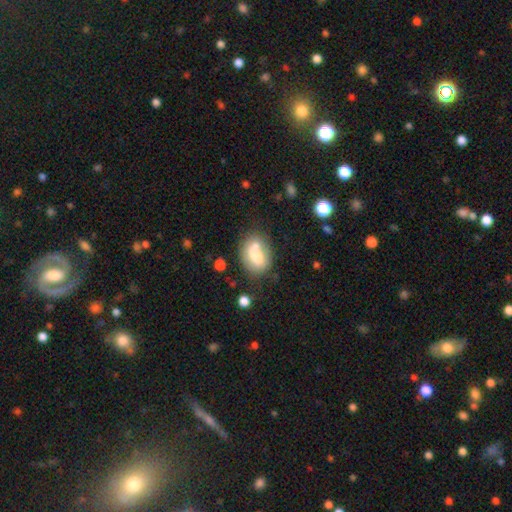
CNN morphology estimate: smooth-or-featured: smooth: 67% | featured or disk: 25% | star or artifact: 8%
  how-rounded: in between: 71% | round: 28% | cigar-shaped: 2%
  merging: none: 48% | merger: 25% | minor disturbance: 20% | major disturbance: 7%